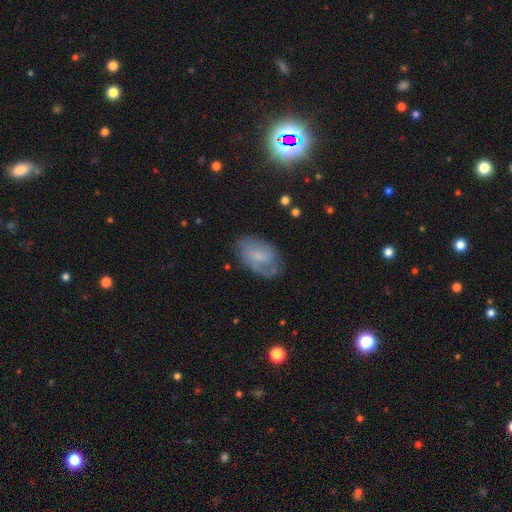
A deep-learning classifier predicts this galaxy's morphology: This appears to be a smooth galaxy with no disk features (45%, tied with featured or disk). Merging: none (64%).